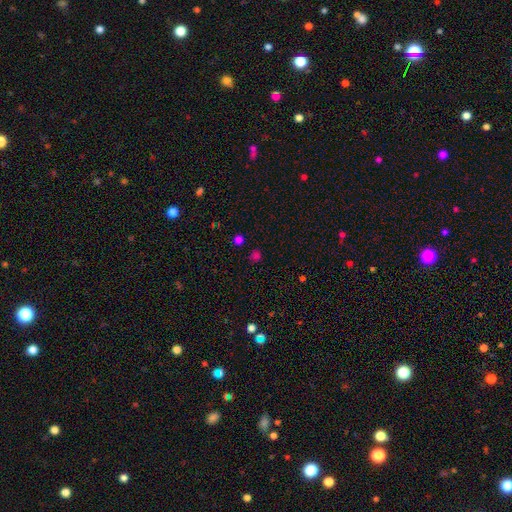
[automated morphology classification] smooth_or_featured: smooth (p=0.64) [alt: star or artifact p=0.31]
how_rounded: round (p=0.87) [alt: in between p=0.12]
merging: none (p=0.84) [alt: minor disturbance p=0.10]